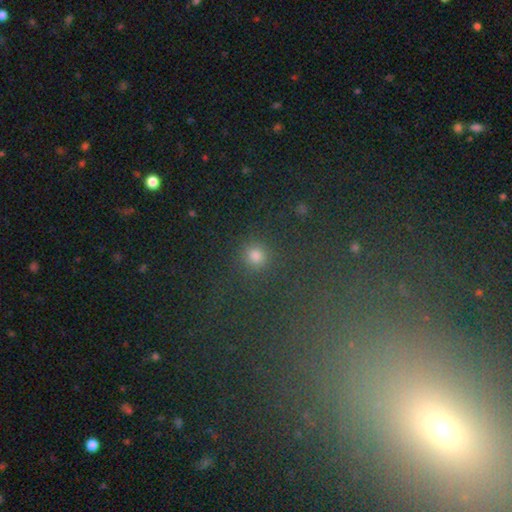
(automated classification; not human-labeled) Morphology: type=smooth (69%); roundness=round (95%); merging=none (91%).